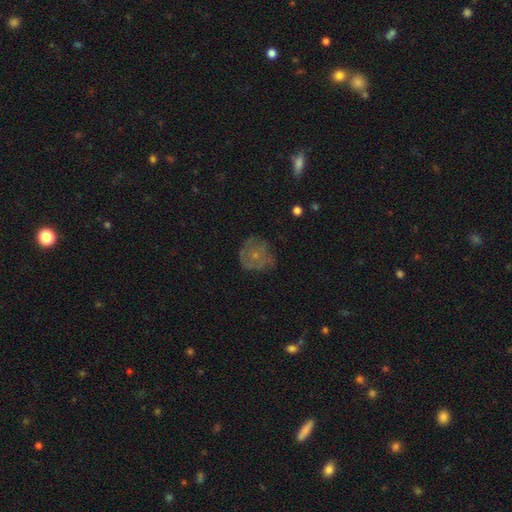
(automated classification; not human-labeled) featured or disk 45%, smooth 43%, star or artifact 12%. Down the decision tree: merging — none (62%).